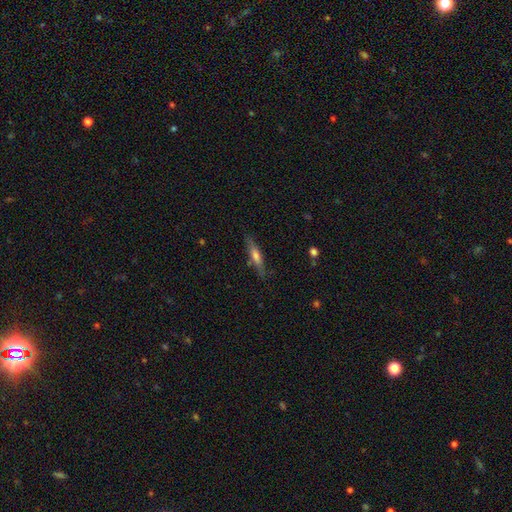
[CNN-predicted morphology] smooth_or_featured: smooth (p=0.47) [alt: featured or disk p=0.46]
merging: none (p=0.83) [alt: minor disturbance p=0.12]